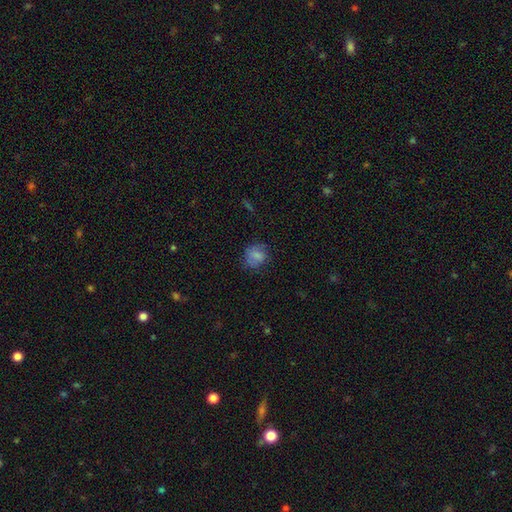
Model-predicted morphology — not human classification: smooth 76%, featured or disk 13%, star or artifact 11%. Down the decision tree: how rounded — round (67%); merging — none (66%).